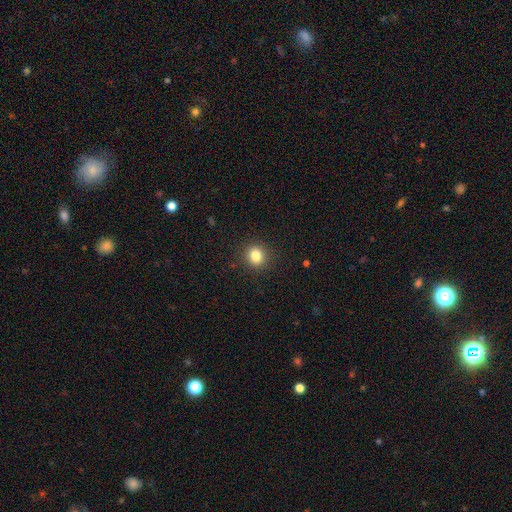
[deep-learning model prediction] This is clearly a smooth galaxy (83%). How rounded: clearly round (82%). Merging: clearly none (90%).